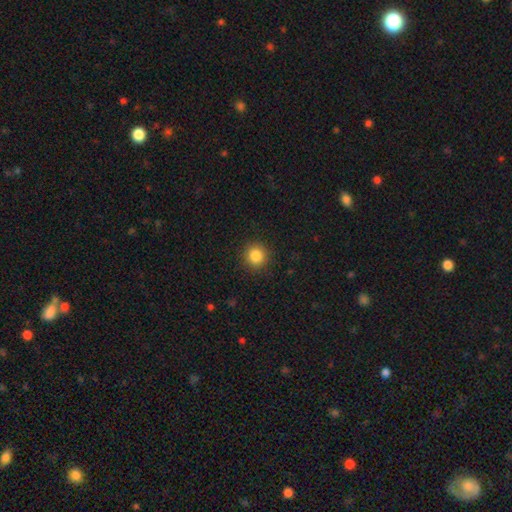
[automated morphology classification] The model was most divided on "smooth or featured": smooth: 85%, star or artifact: 11%, featured or disk: 4%. More confident: how rounded — round (93%); merging — none (90%).